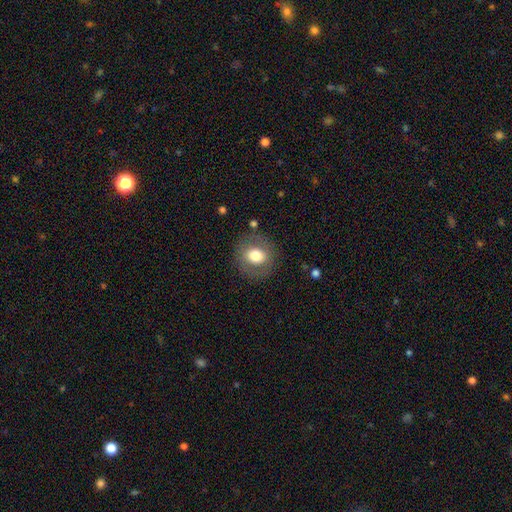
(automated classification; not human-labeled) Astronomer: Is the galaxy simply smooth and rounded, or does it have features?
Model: smooth — 67%.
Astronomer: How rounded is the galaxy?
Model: round — 79%.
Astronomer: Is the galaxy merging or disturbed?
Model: none — 83%.